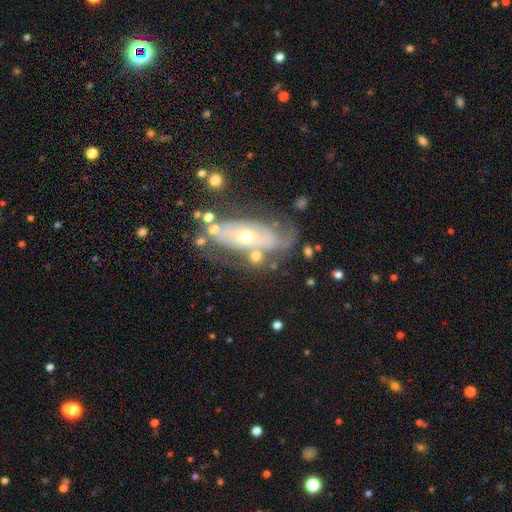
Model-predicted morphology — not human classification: The model was most divided on "smooth or featured": featured or disk: 57%, smooth: 33%, star or artifact: 10%. Remaining: edge-on disk — no (82%); merging — none (48%).